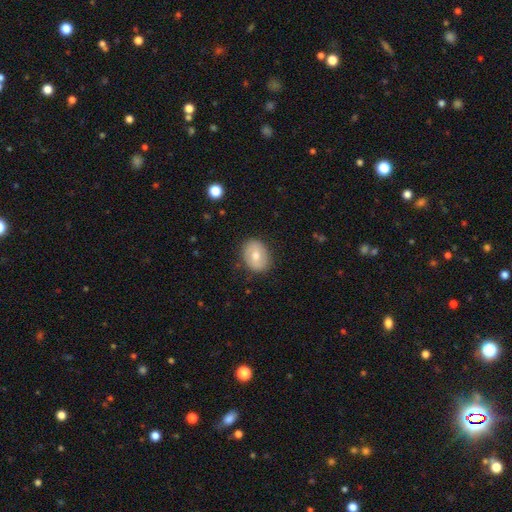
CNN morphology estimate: A smooth galaxy with no disk features (64%) that is in between round and cigar-shaped (58%). Merging: none (85%).